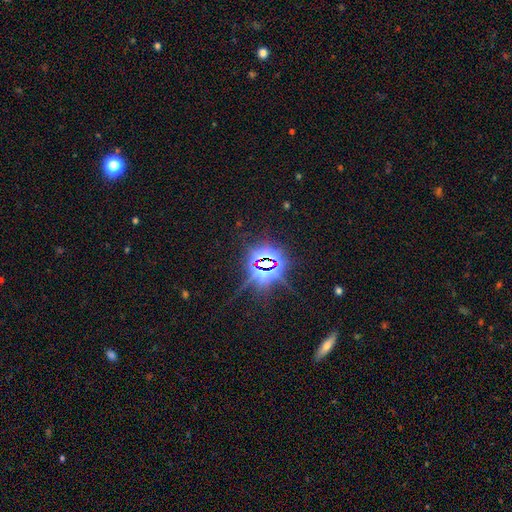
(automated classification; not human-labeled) The model was most divided on "smooth or featured": star or artifact: 83%, smooth: 9%, featured or disk: 8%.